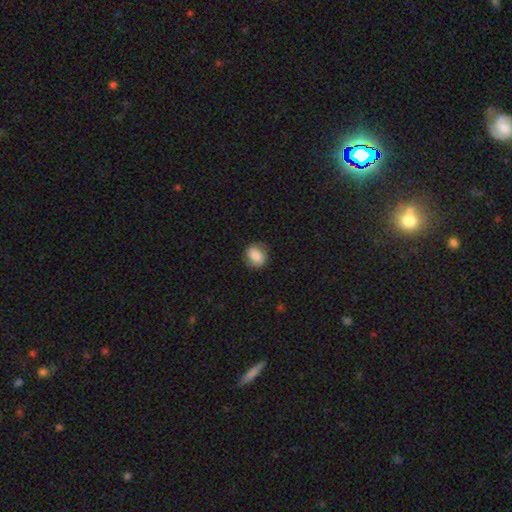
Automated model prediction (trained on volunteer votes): Smooth or featured?
  - smooth: 81% *
  - featured or disk: 11%
  - star or artifact: 8%
How rounded?
  - round: 64% *
  - in between: 35%
  - cigar-shaped: 1%
Merging?
  - none: 82% *
  - minor disturbance: 13%
  - major disturbance: 4%
  - merger: 1%